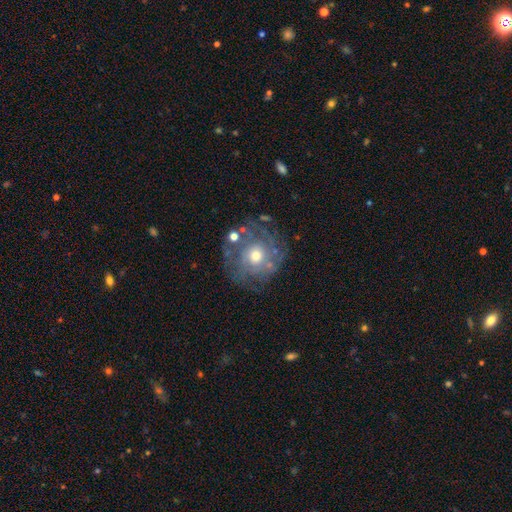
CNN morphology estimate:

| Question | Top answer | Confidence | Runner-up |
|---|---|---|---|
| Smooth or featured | featured or disk | 67% | smooth (24%) |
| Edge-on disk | no | 97% | yes (3%) |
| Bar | no | 83% | weak (14%) |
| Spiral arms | yes | 71% | no (29%) |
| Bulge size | moderate | 71% | small (16%) |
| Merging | none | 69% | minor disturbance (17%) |